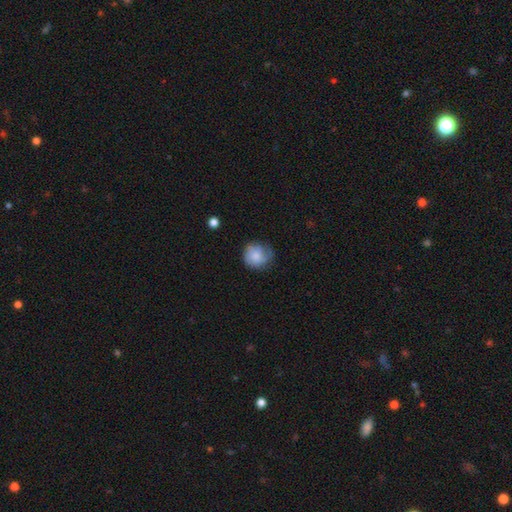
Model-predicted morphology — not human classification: This appears to be a smooth galaxy with no disk features (73%) that is round (86%). Merging: none (63%).